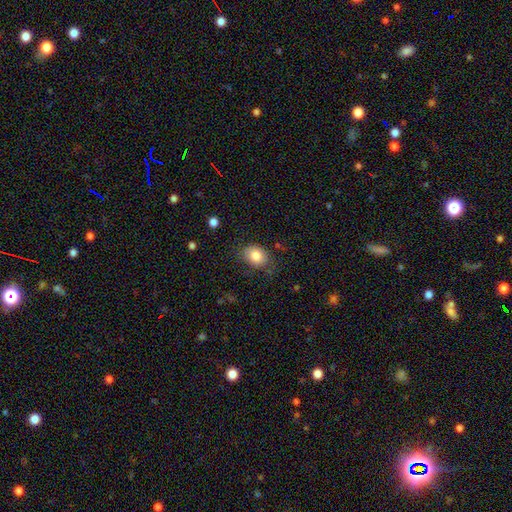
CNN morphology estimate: Smooth or featured? Predicted: smooth (p=0.84). How rounded? Predicted: in between (p=0.63). Merging? Predicted: none (p=0.71).